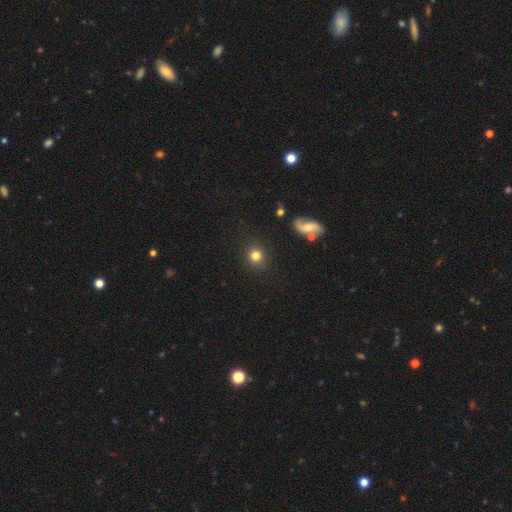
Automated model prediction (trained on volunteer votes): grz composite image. It shows a smooth galaxy with no disk features (79%) that is round (90%). Merging: none (89%).